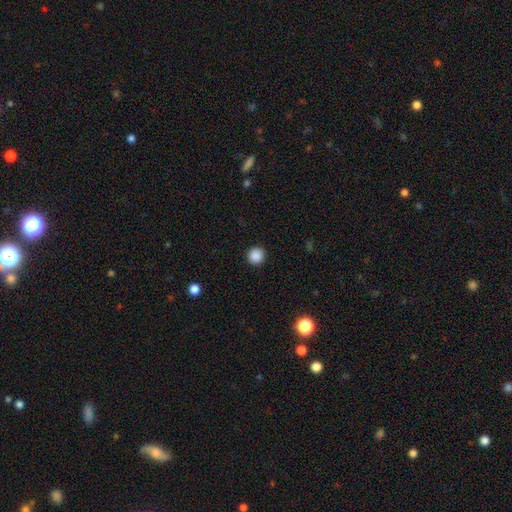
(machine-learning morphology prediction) Smooth or featured? Predicted: smooth (p=0.88). How rounded? Predicted: round (p=0.95). Merging? Predicted: none (p=0.93).